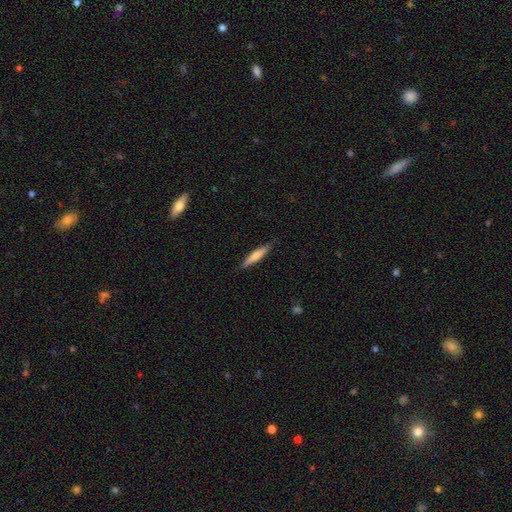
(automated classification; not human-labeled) smooth-or-featured: smooth: 67% | featured or disk: 28% | star or artifact: 5%
  how-rounded: cigar-shaped: 91% | in between: 8% | round: 1%
  merging: none: 87% | minor disturbance: 10% | major disturbance: 2% | merger: 1%